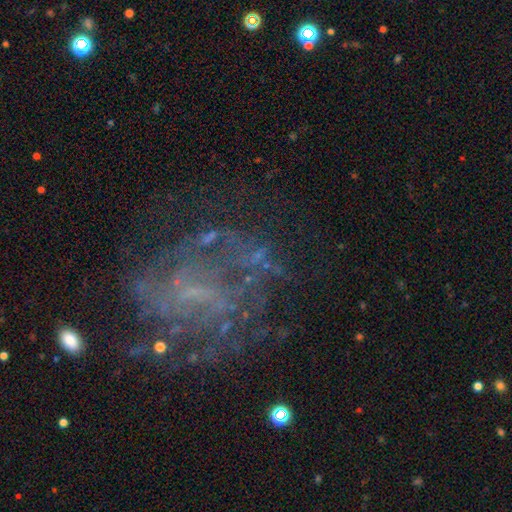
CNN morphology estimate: Overall: featured or disk (67%). Edge-on disk: no (97%). Bar: no (45%; weak 39%). Spiral arms: yes (68%; no 32%). Bulge size: small (47%; none 37%). Merging: none (56%; major disturbance 22%).